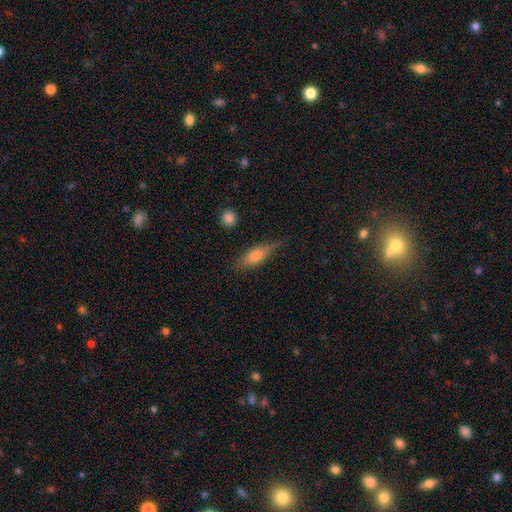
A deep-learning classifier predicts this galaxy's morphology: A smooth galaxy with no disk features (63%) that is in between round and cigar-shaped (56%). Merging: none (65%).